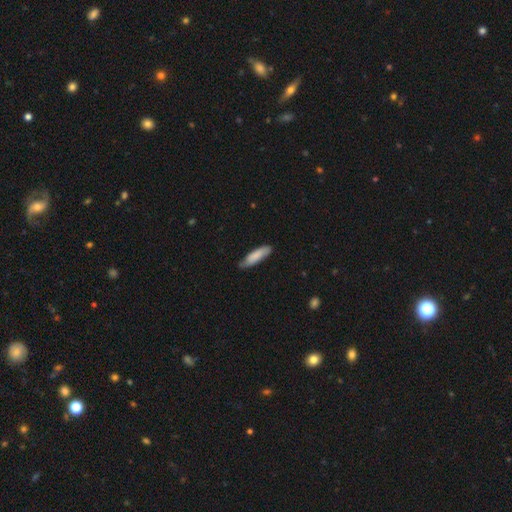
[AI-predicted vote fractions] A smooth galaxy with no disk features (83%) that is cigar-shaped (69%). Merging: none (75%).